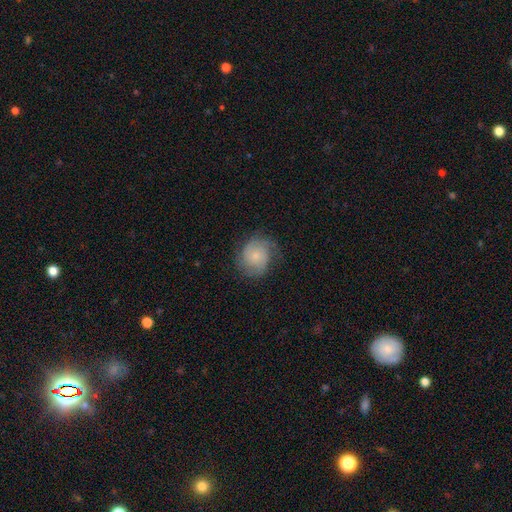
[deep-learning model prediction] This appears to be a featured or disk galaxy (51%) with no bar (78%), spiral arms (87%) and a small central bulge (64%). Merging: none (66%).